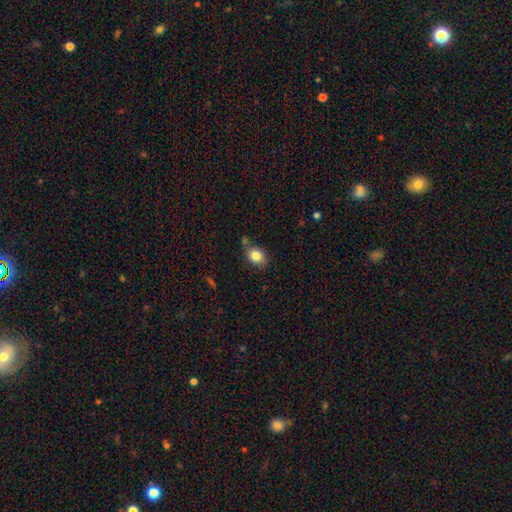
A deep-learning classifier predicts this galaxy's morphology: A smooth galaxy with no disk features (83%) that is in between round and cigar-shaped (56%).

Vote fractions:
- Smooth or featured? smooth: 83% / star or artifact: 9% / featured or disk: 8%
- How rounded? in between: 56% / round: 43% / cigar-shaped: 1%
- Merging? none: 72% / minor disturbance: 16% / merger: 7% / major disturbance: 4%